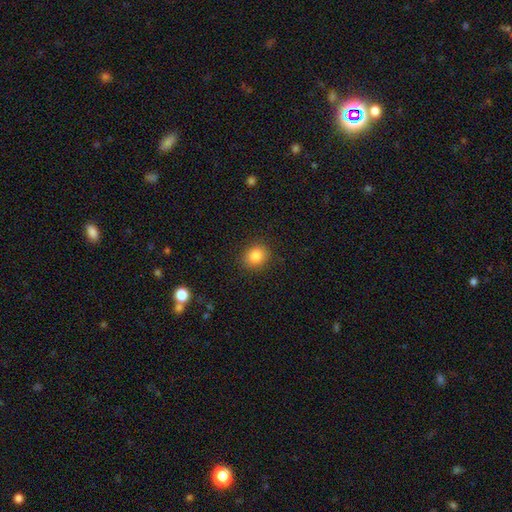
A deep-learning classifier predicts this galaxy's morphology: Smooth or featured? smooth (84%)
How rounded? round (72%)
Merging? none (89%)